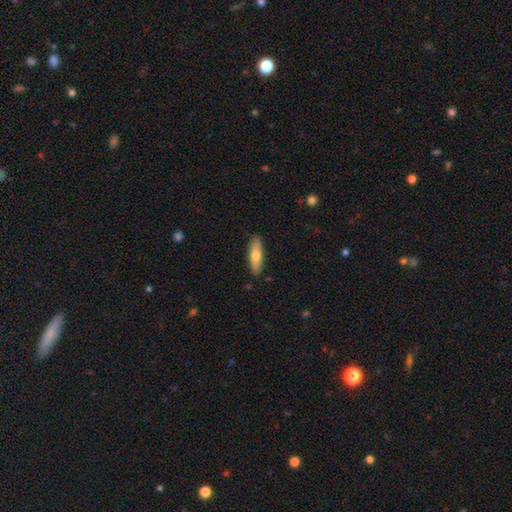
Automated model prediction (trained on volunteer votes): This is likely a smooth galaxy (67%). How rounded: possibly cigar-shaped (52%). Merging: clearly none (88%).